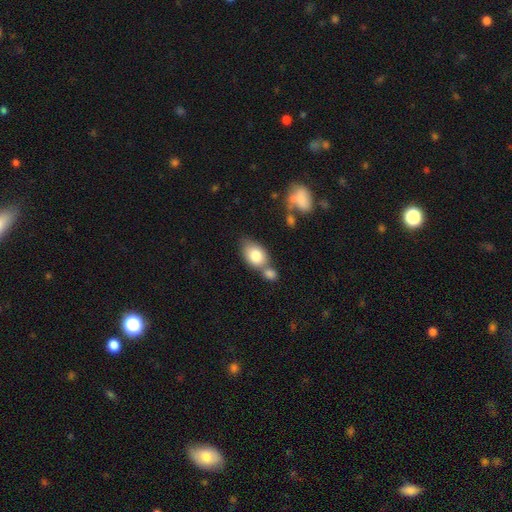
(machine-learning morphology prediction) This appears to be a smooth galaxy with no disk features (80%) that is in between round and cigar-shaped (82%). Merging: none (42%).